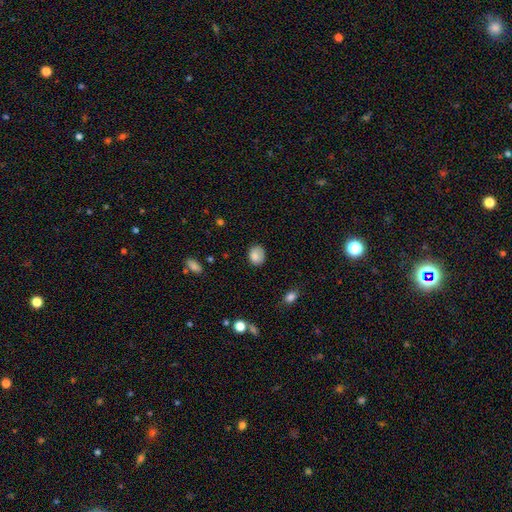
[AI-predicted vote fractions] Q: Smooth or featured?
A: smooth (84%); runner-up: star or artifact (9%)
Q: How rounded?
A: round (50%); runner-up: in between (49%)
Q: Merging?
A: none (75%); runner-up: minor disturbance (19%)